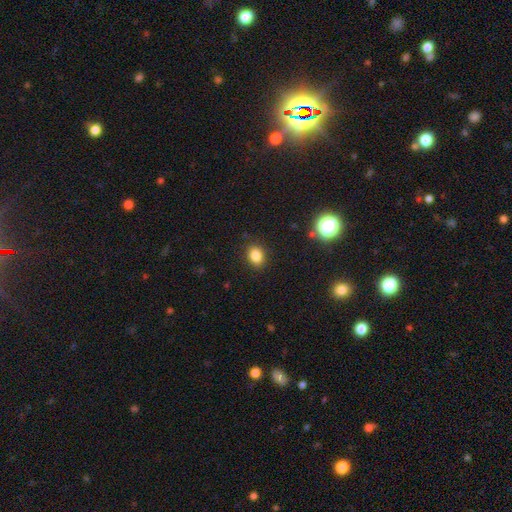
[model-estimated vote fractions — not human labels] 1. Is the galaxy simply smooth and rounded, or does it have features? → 82% smooth, 12% star or artifact, 5% featured or disk.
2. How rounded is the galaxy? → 51% round, 48% in between, 1% cigar-shaped.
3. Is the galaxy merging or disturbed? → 89% none, 8% minor disturbance, 2% major disturbance, 1% merger.